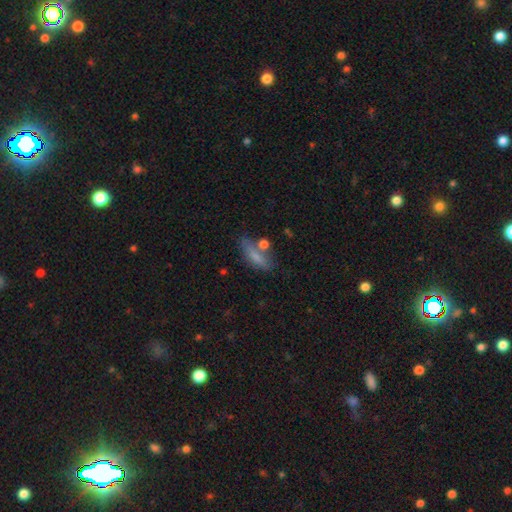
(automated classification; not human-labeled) A smooth galaxy with no disk features (69%) that is cigar-shaped (51%). Merging: none (59%).